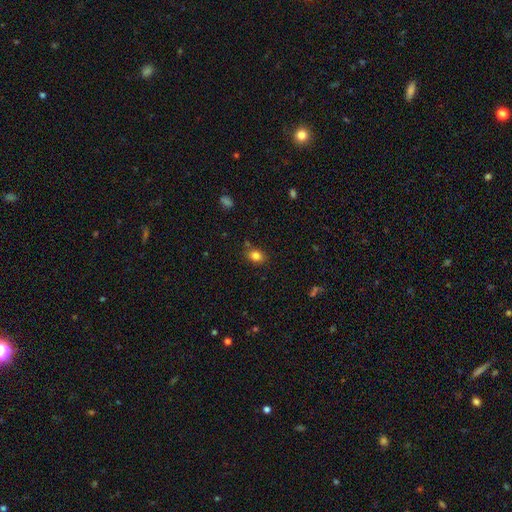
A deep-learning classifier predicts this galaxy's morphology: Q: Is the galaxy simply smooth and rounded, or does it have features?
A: smooth — 83%.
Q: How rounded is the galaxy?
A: in between — 66%.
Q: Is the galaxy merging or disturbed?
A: none — 80%.